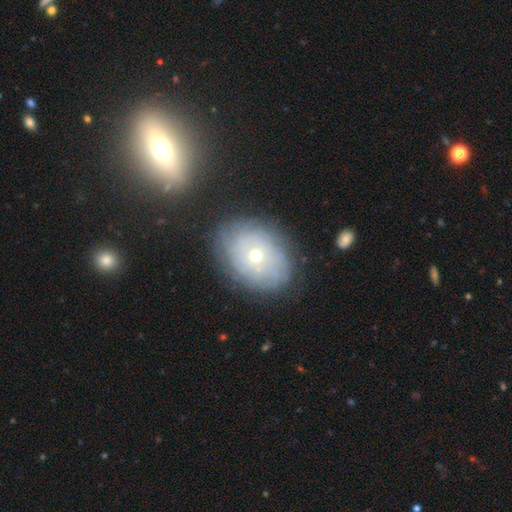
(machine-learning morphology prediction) featured or disk 56%, smooth 33%, star or artifact 11%. Down the decision tree: edge-on disk — no (95%); bar — no (88%); spiral arms — yes (63%); bulge size — small (56%); merging — none (78%).